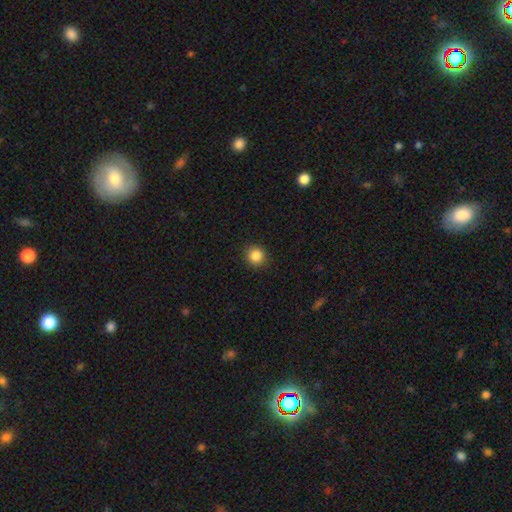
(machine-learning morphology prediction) Q: Smooth or featured?
A: smooth (86%); runner-up: star or artifact (10%)
Q: How rounded?
A: round (92%); runner-up: in between (7%)
Q: Merging?
A: none (91%); runner-up: minor disturbance (6%)